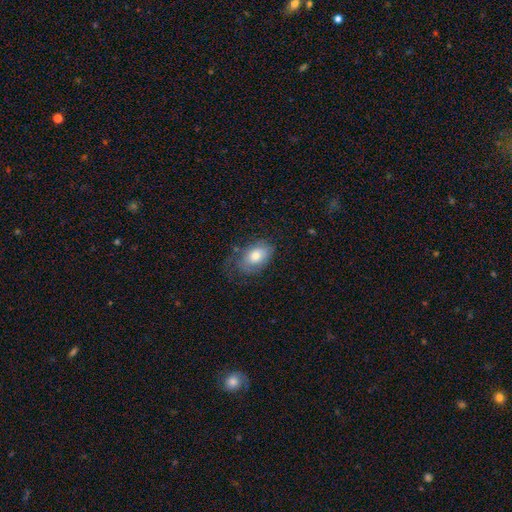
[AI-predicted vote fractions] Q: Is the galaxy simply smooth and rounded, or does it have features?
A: smooth — 66%.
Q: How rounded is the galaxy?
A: in between — 88%.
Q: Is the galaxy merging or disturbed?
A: none — 50%.